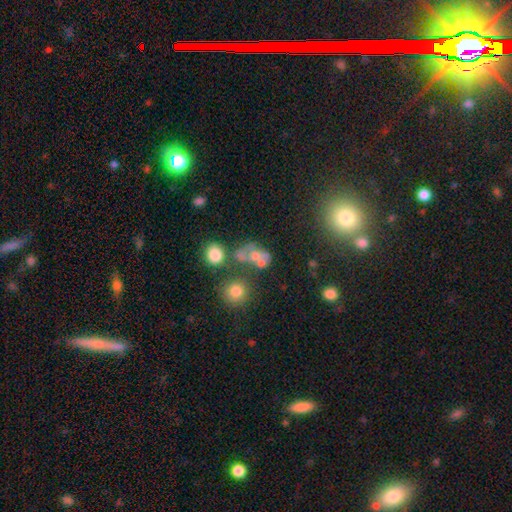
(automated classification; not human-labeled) Smooth or featured?
  - smooth: 50% *
  - featured or disk: 31%
  - star or artifact: 19%
Merging?
  - merger: 37% *
  - none: 32%
  - major disturbance: 16%
  - minor disturbance: 15%